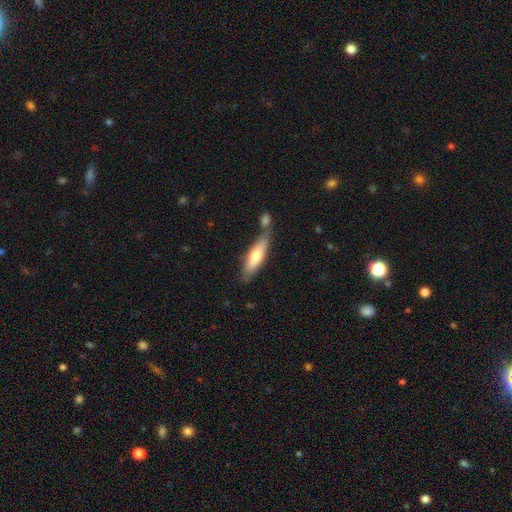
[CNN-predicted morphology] Q: Smooth or featured?
A: smooth (63%); runner-up: featured or disk (32%)
Q: How rounded?
A: cigar-shaped (65%); runner-up: in between (33%)
Q: Merging?
A: none (55%); runner-up: merger (24%)